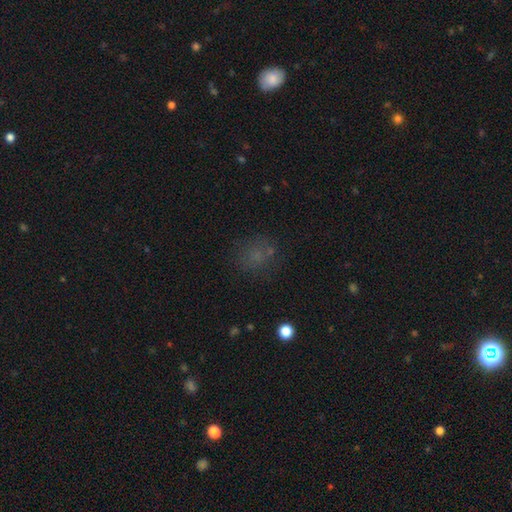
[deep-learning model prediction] Overall: smooth (60%; star or artifact 26%). How rounded: round (71%). Merging: none (69%).